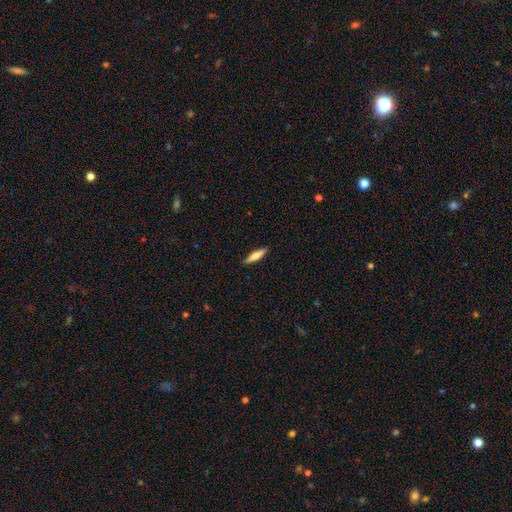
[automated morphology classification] smooth 58%, featured or disk 36%, star or artifact 6%. Down the decision tree: how rounded — cigar-shaped (80%); merging — none (90%).